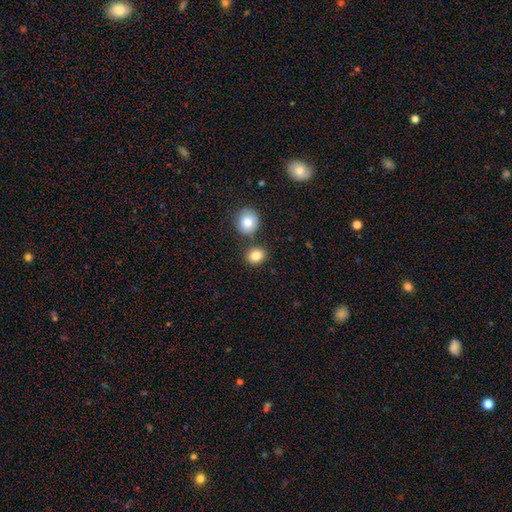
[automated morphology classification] Smooth or featured? smooth (84%)
How rounded? round (58%)
Merging? none (74%)